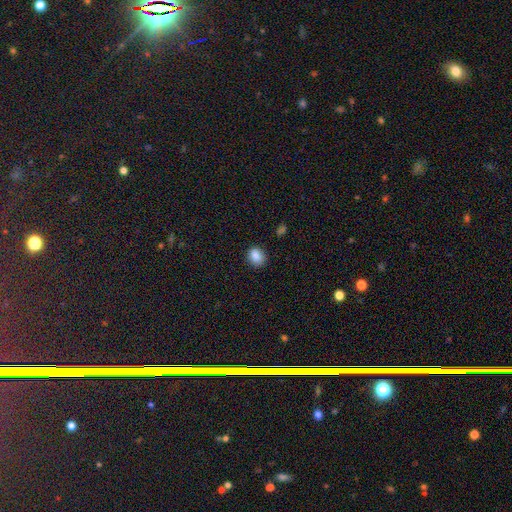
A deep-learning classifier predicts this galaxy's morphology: Smooth or featured?
  - smooth: 86% *
  - star or artifact: 10%
  - featured or disk: 4%
How rounded?
  - round: 64% *
  - in between: 35%
  - cigar-shaped: 1%
Merging?
  - none: 86% *
  - minor disturbance: 11%
  - major disturbance: 2%
  - merger: 1%